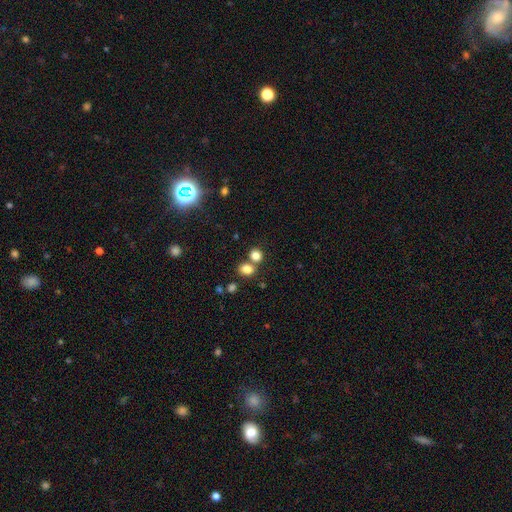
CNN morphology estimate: Smooth or featured? smooth (80%)
How rounded? round (66%)
Merging? none (53%)